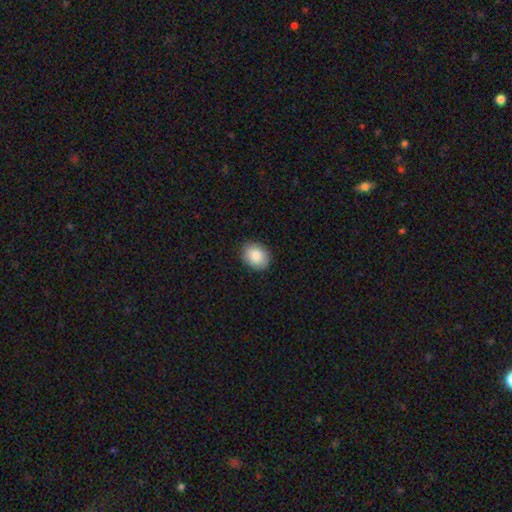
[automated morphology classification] A smooth galaxy with no disk features (88%) that is in between round and cigar-shaped (66%). Merging: none (88%).